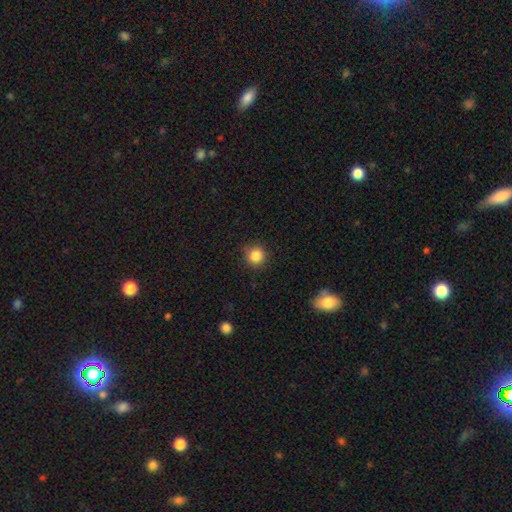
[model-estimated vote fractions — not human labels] Overall: smooth (84%). How rounded: round (94%). Merging: none (89%).